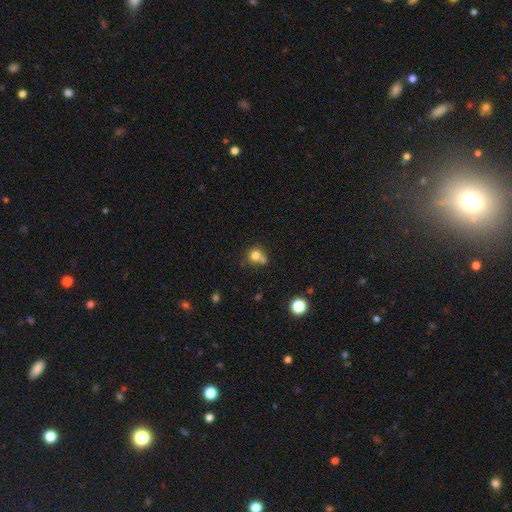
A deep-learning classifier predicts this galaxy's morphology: smooth_or_featured: smooth (p=0.76) [alt: star or artifact p=0.13]
how_rounded: round (p=0.85) [alt: in between p=0.14]
merging: none (p=0.48) [alt: merger p=0.37]